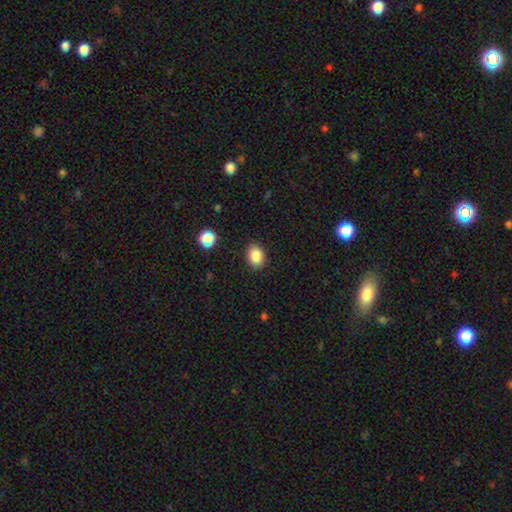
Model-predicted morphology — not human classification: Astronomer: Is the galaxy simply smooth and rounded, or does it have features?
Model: smooth — 86%.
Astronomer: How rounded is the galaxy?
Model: in between — 63%.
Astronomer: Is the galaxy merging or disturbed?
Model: none — 88%.